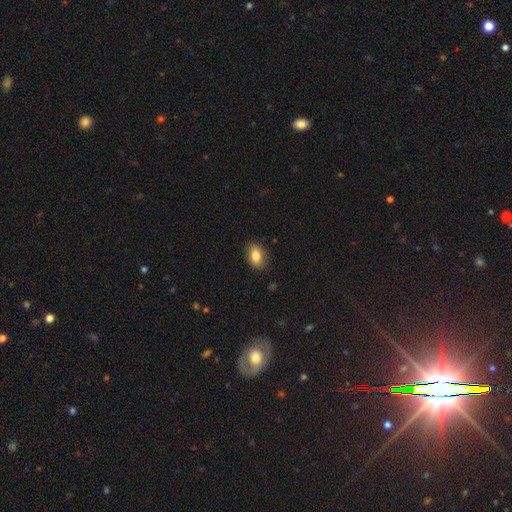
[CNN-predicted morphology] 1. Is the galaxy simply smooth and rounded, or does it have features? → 84% smooth, 8% star or artifact, 8% featured or disk.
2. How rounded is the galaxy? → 84% in between, 15% round, 2% cigar-shaped.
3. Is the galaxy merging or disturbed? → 85% none, 12% minor disturbance, 2% major disturbance, 1% merger.